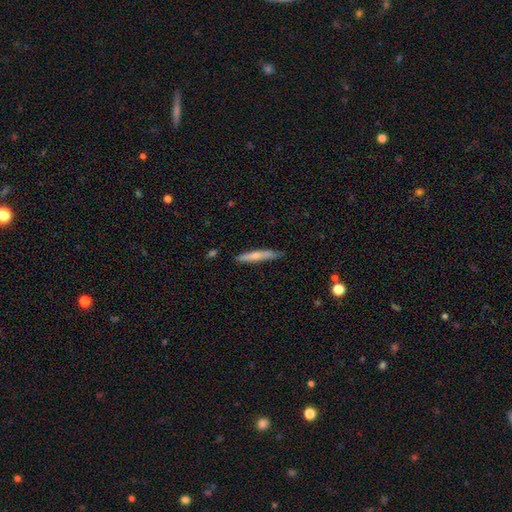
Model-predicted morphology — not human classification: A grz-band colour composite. It shows a smooth galaxy with no disk features (64%) that is cigar-shaped (93%). Merging: none (80%).